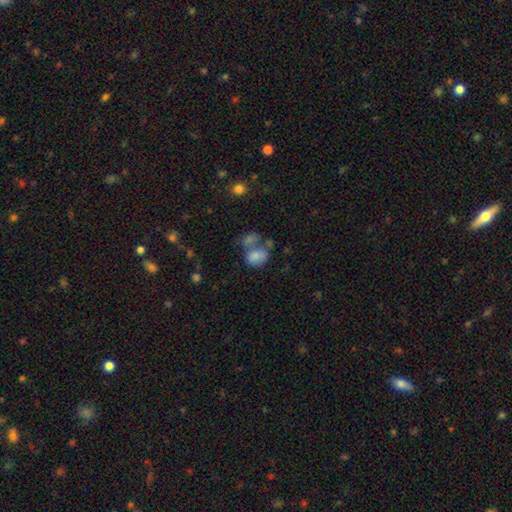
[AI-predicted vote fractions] Smooth or featured?
  - smooth: 74% *
  - featured or disk: 15%
  - star or artifact: 11%
How rounded?
  - in between: 69% *
  - round: 30%
  - cigar-shaped: 1%
Merging?
  - merger: 47% *
  - none: 26%
  - minor disturbance: 15%
  - major disturbance: 13%